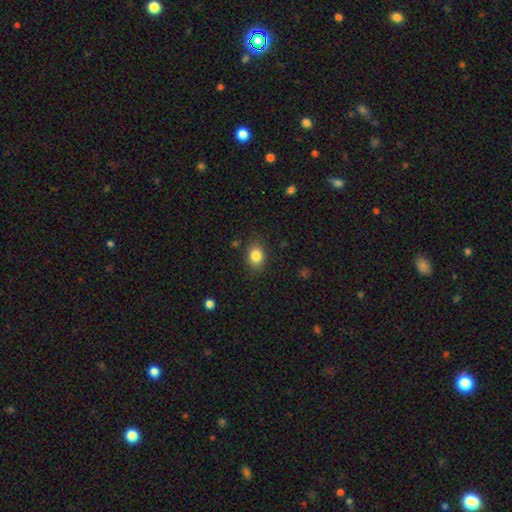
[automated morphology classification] The model was most divided on "how rounded": in between: 57%, round: 42%, cigar-shaped: 1%. More confident: smooth or featured — smooth (84%); merging — none (84%).